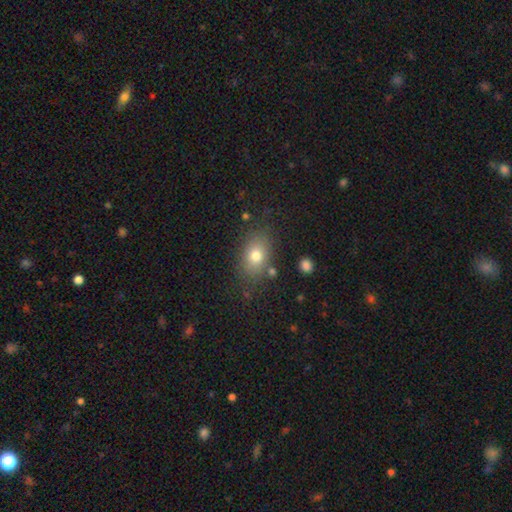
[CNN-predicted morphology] smooth-or-featured: smooth: 76% | featured or disk: 13% | star or artifact: 11%
  how-rounded: in between: 75% | round: 24% | cigar-shaped: 2%
  merging: none: 78% | minor disturbance: 13% | major disturbance: 5% | merger: 4%